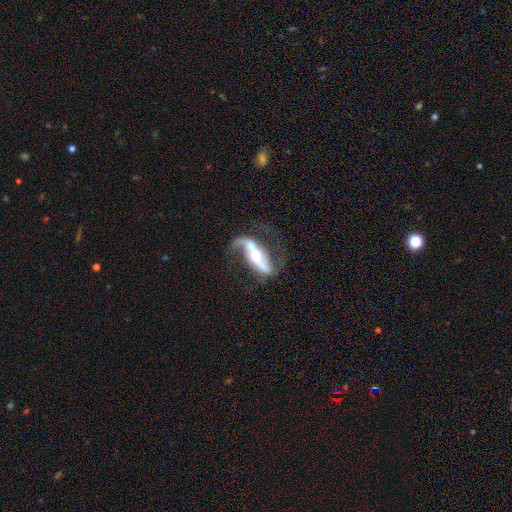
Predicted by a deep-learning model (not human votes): featured or disk 82%, smooth 12%, star or artifact 6%. Down the decision tree: edge-on disk — no (89%); bar — no (40%); spiral arms — yes (87%); spiral arm count — 2 (86%); spiral winding — loose (72%); bulge size — moderate (69%); merging — none (46%).